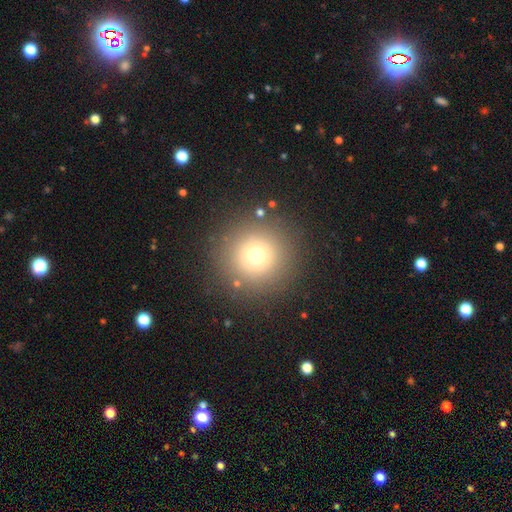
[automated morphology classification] Smooth or featured? Predicted: smooth (p=0.71). How rounded? Predicted: round (p=0.96). Merging? Predicted: none (p=0.87).